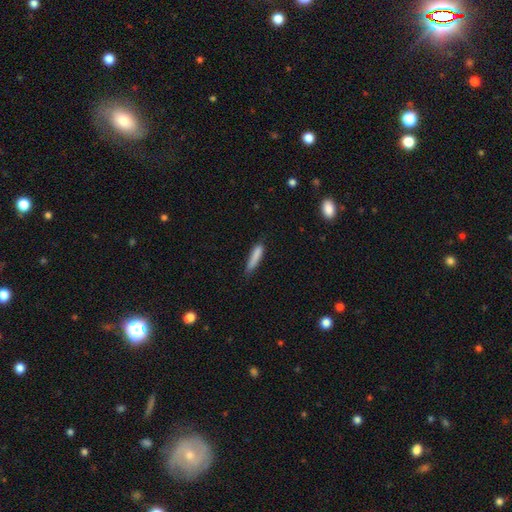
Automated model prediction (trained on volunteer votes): Smooth or featured: smooth — 83% (featured or disk — 10%)
How rounded: cigar-shaped — 82% (in between — 17%)
Merging: none — 65% (minor disturbance — 27%)